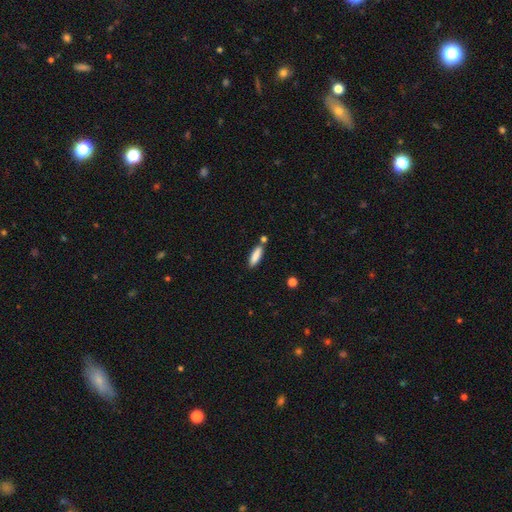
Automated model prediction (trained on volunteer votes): Smooth or featured: smooth — 85% (featured or disk — 9%)
How rounded: cigar-shaped — 57% (in between — 41%)
Merging: none — 76% (minor disturbance — 12%)